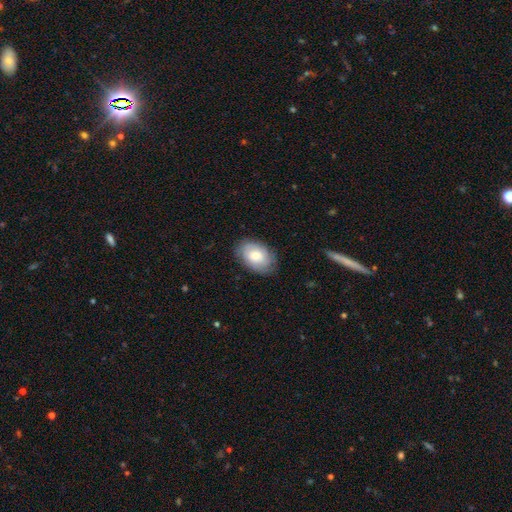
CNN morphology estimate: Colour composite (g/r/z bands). It shows a smooth galaxy with no disk features (69%) that is in between round and cigar-shaped (88%). Merging: none (80%).